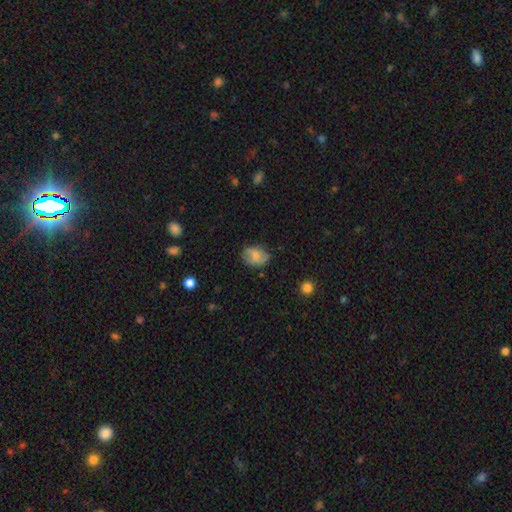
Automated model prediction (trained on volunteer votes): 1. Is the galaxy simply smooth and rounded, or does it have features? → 74% smooth, 18% featured or disk, 8% star or artifact.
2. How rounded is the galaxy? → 70% in between, 29% round, 1% cigar-shaped.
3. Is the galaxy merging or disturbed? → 71% none, 22% minor disturbance, 5% major disturbance, 1% merger.